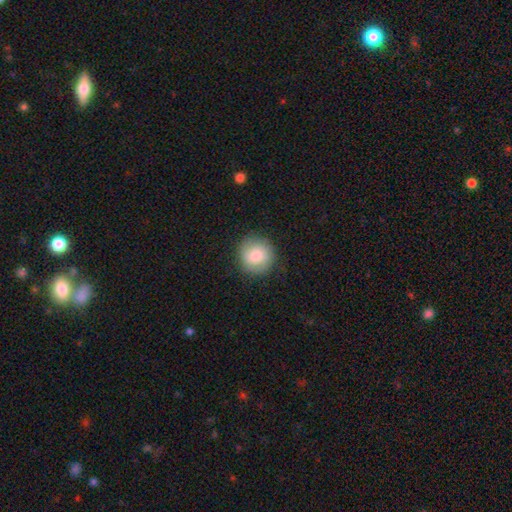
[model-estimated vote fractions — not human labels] A smooth galaxy with no disk features (78%) that is round (92%). Merging: none (85%).